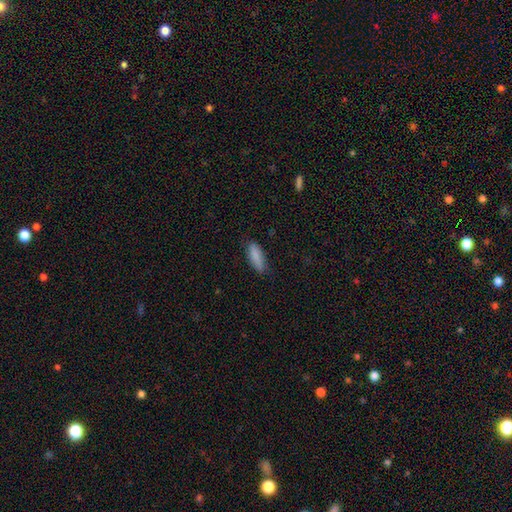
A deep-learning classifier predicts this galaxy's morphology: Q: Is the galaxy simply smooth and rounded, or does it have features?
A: smooth — 87%.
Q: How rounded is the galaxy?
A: in between — 60%.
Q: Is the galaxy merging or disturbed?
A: none — 80%.